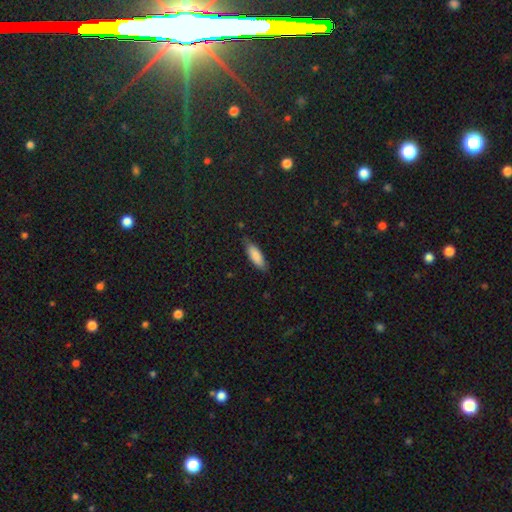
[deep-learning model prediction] Smooth or featured?
  - smooth: 86% *
  - featured or disk: 8%
  - star or artifact: 6%
How rounded?
  - in between: 64% *
  - cigar-shaped: 35%
  - round: 2%
Merging?
  - none: 78% *
  - minor disturbance: 17%
  - major disturbance: 3%
  - merger: 1%